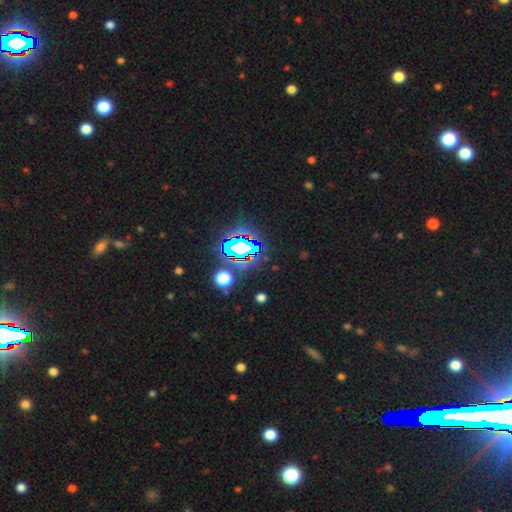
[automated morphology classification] star or artifact 83%, smooth 9%, featured or disk 7%.